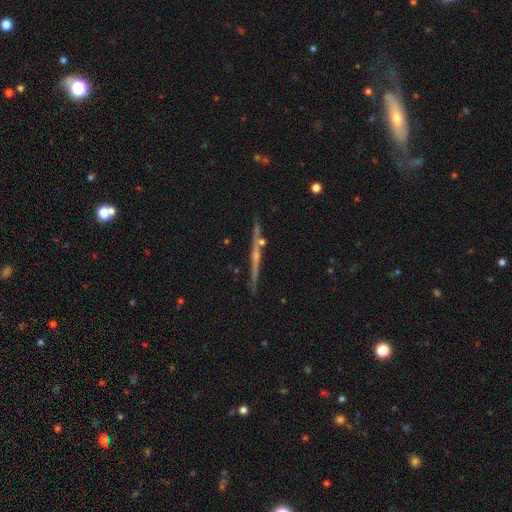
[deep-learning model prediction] A featured or disk galaxy (58%) viewed edge-on (88%) with a rounded central bulge (52%). Merging: none (77%).